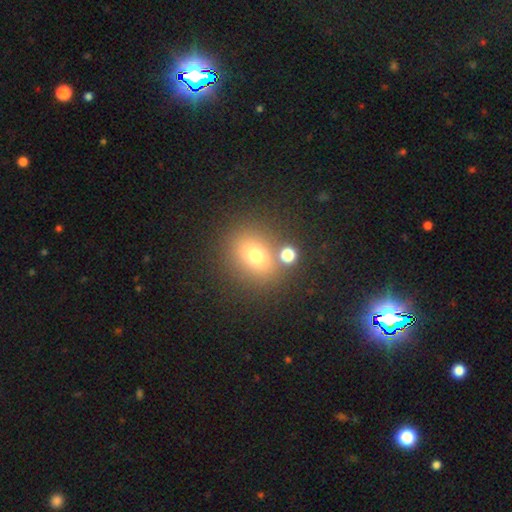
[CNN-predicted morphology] smooth_or_featured: smooth (p=0.70) [alt: star or artifact p=0.16]
how_rounded: round (p=0.56) [alt: in between p=0.42]
merging: none (p=0.72) [alt: merger p=0.13]